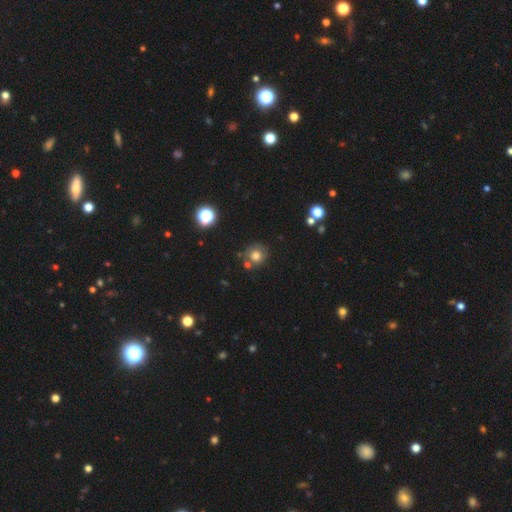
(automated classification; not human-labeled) Morphology: type=smooth (73%); roundness=round (88%); merging=none (68%).